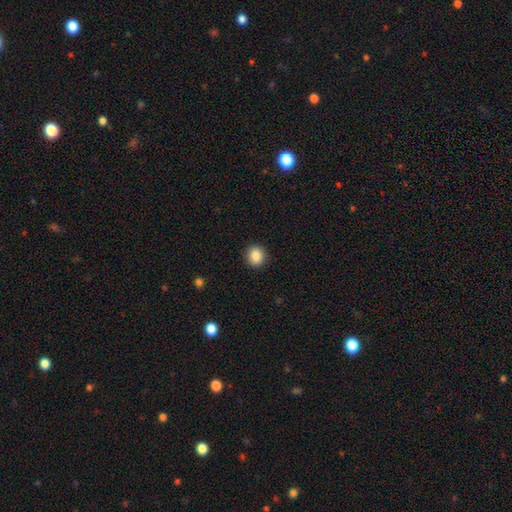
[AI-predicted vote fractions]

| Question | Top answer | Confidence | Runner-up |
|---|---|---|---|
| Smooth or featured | smooth | 86% | star or artifact (9%) |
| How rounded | round | 83% | in between (16%) |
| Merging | none | 92% | minor disturbance (6%) |